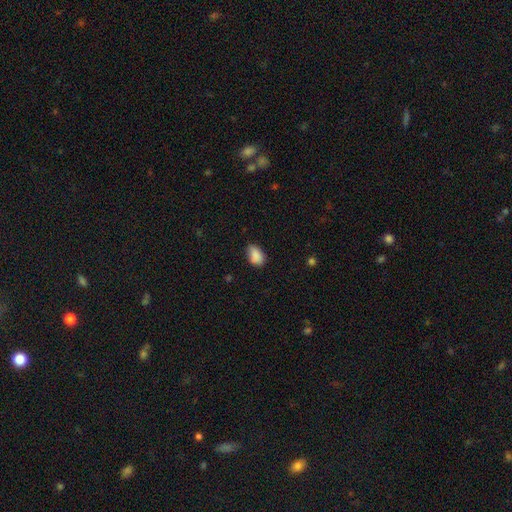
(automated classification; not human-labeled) This is clearly a smooth galaxy (87%). How rounded: clearly in between (88%). Merging: likely none (65%).